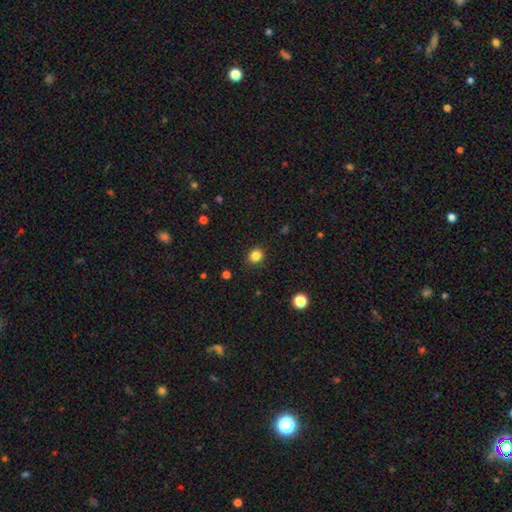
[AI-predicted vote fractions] This is clearly a smooth galaxy (84%). How rounded: likely round (77%). Merging: clearly none (89%).